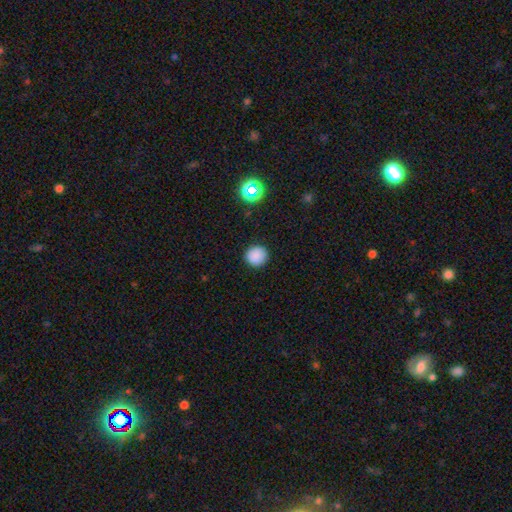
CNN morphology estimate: type=smooth (85%); roundness=round (95%); merging=none (92%).